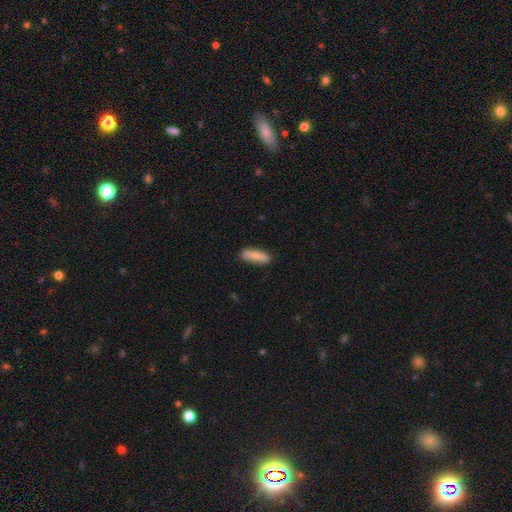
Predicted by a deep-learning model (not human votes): Q: Smooth or featured?
A: smooth (85%); runner-up: featured or disk (9%)
Q: How rounded?
A: cigar-shaped (60%); runner-up: in between (38%)
Q: Merging?
A: none (83%); runner-up: minor disturbance (13%)